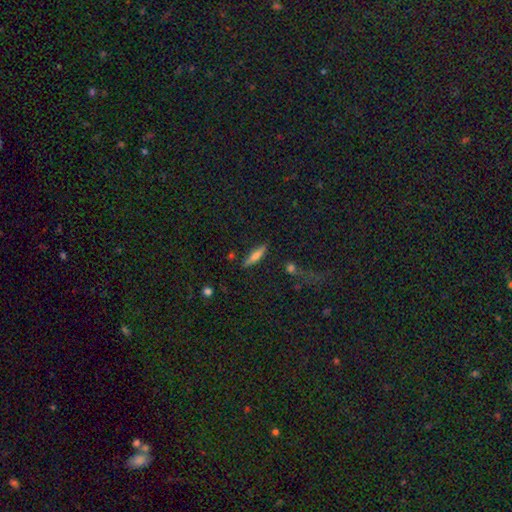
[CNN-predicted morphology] Overall: smooth (63%; featured or disk 29%). How rounded: cigar-shaped (76%). Merging: none (83%).